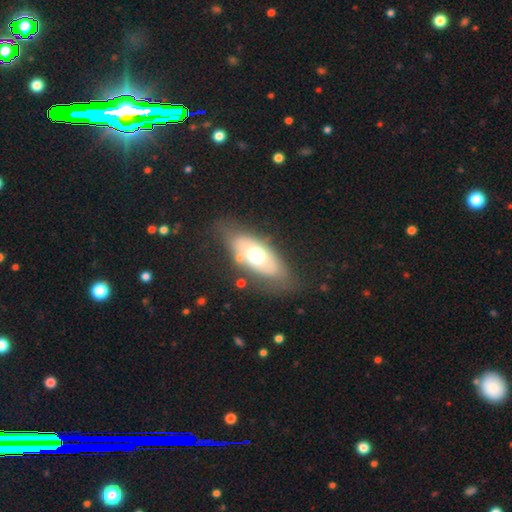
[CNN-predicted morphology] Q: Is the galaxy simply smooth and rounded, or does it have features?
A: featured or disk — 51%.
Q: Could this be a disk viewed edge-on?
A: no — 80%.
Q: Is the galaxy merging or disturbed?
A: none — 72%.